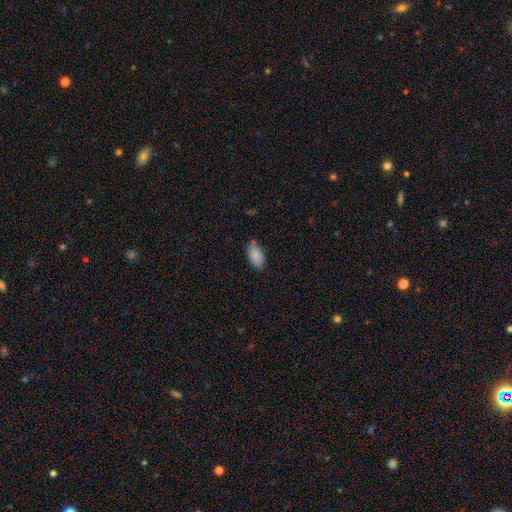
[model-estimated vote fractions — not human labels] Overall: smooth (88%). How rounded: in between (93%). Merging: none (74%).